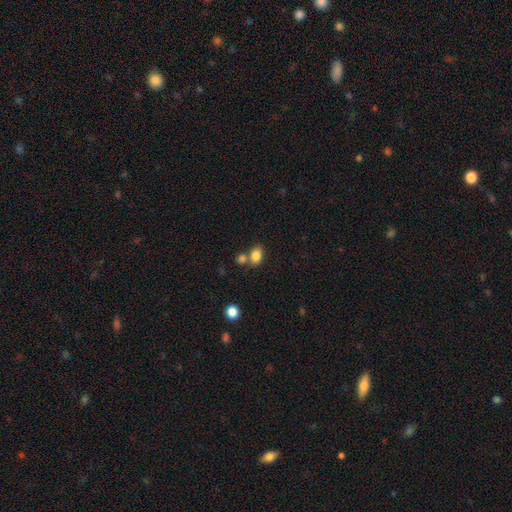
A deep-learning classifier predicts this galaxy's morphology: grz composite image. It shows a smooth galaxy with no disk features (84%) that is in between round and cigar-shaped (80%). Merging: none (54%).